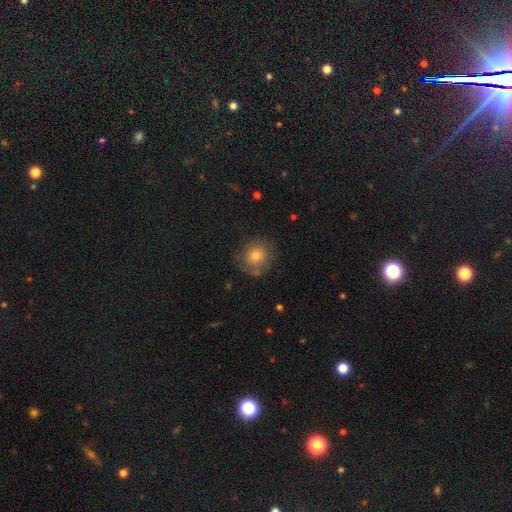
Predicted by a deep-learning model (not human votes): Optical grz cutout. It shows a smooth galaxy with no disk features (72%) that is round (86%). Merging: none (76%).